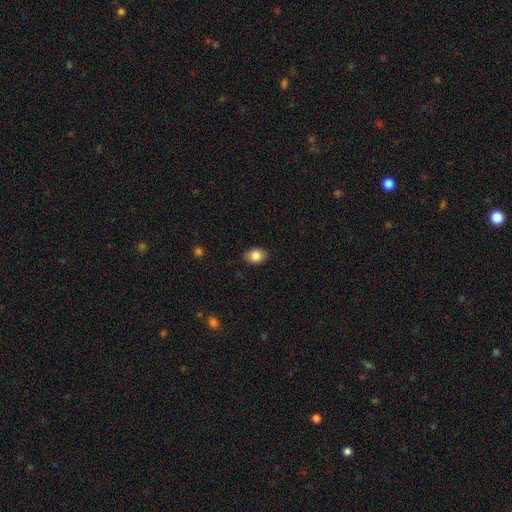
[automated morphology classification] Smooth or featured?
  - smooth: 85% *
  - star or artifact: 8%
  - featured or disk: 6%
How rounded?
  - in between: 72% *
  - round: 27%
  - cigar-shaped: 1%
Merging?
  - none: 88% *
  - minor disturbance: 9%
  - major disturbance: 2%
  - merger: 1%